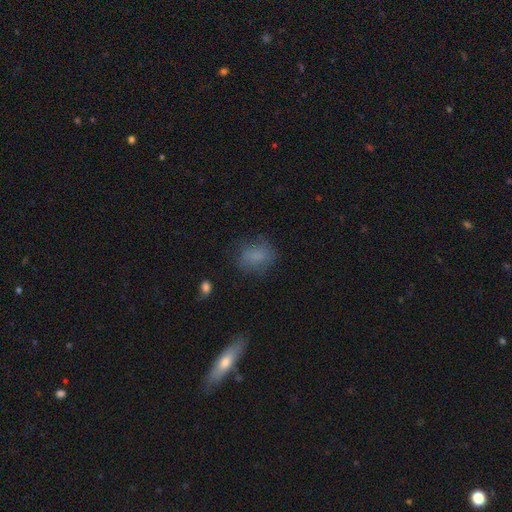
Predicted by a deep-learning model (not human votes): Smooth or featured? smooth (77%)
How rounded? in between (58%)
Merging? none (69%)